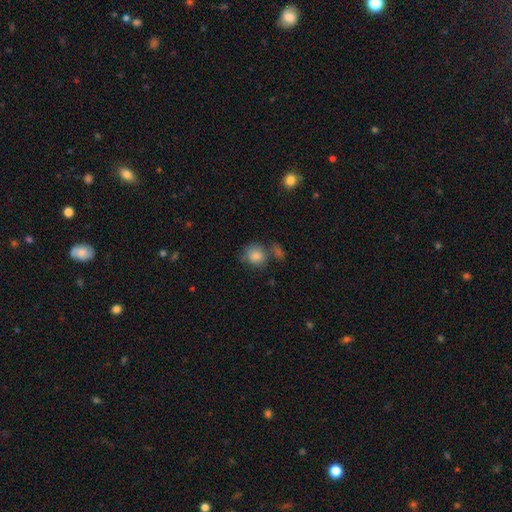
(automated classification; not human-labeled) This appears to be a smooth galaxy with no disk features (82%) that is round (78%). Merging: none (61%).